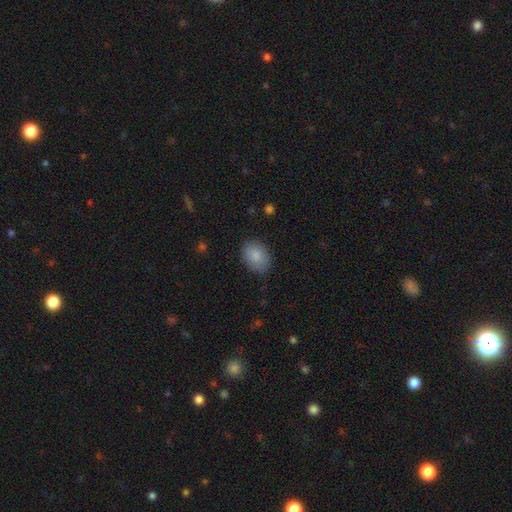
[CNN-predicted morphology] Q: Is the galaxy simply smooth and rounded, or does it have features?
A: smooth — 85%.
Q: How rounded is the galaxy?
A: in between — 74%.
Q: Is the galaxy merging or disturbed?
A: none — 82%.